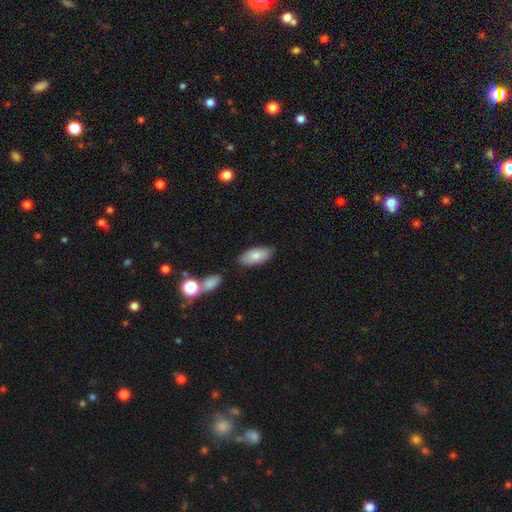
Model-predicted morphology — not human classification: Smooth or featured? Predicted: smooth (p=0.78). How rounded? Predicted: in between (p=0.90). Merging? Predicted: none (p=0.80).